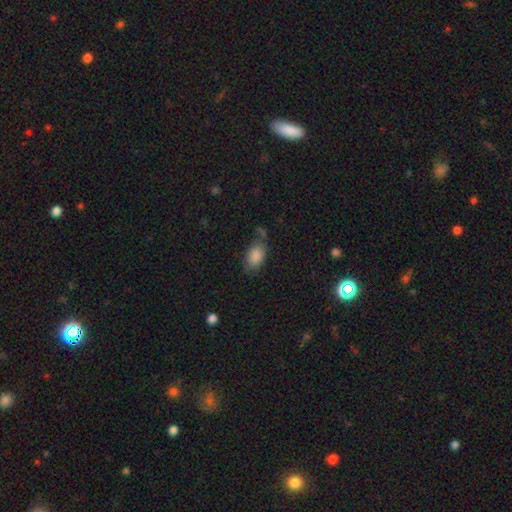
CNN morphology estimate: A smooth galaxy with no disk features (85%) that is in between round and cigar-shaped (90%). Merging: none (61%).